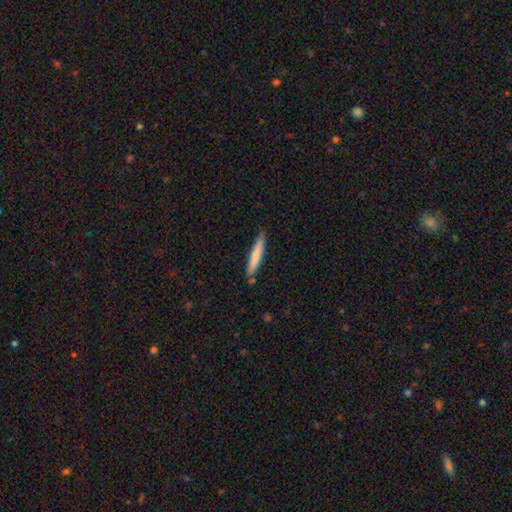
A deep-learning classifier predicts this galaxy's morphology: This is likely a smooth galaxy (70%). How rounded: clearly cigar-shaped (93%). Merging: clearly none (82%).